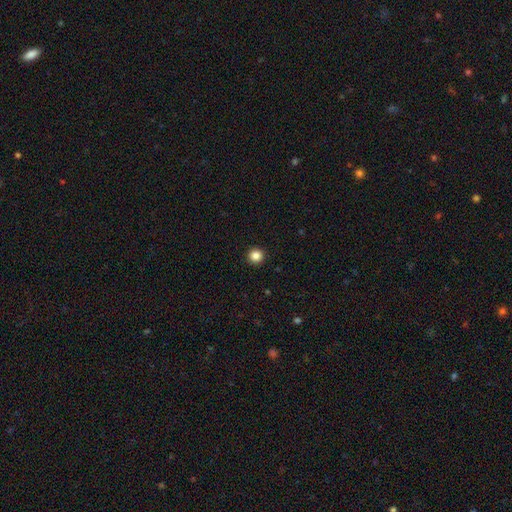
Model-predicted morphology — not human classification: smooth-or-featured: smooth: 85% | star or artifact: 11% | featured or disk: 3%
  how-rounded: round: 96% | in between: 3% | cigar-shaped: 1%
  merging: none: 94% | minor disturbance: 4% | major disturbance: 1% | merger: 1%